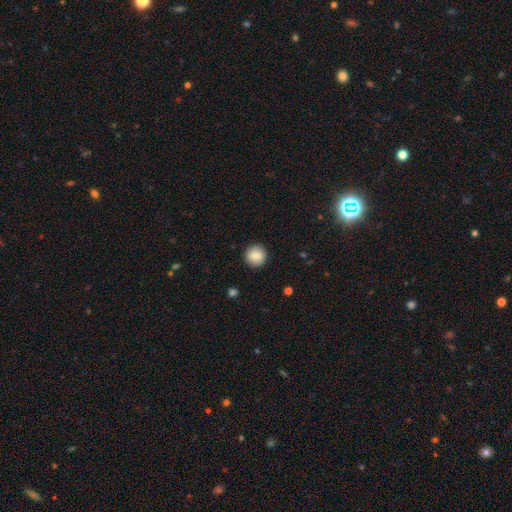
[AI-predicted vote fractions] A smooth galaxy with no disk features (85%) that is round (94%).

Vote fractions:
- Smooth or featured? smooth: 85% / star or artifact: 8% / featured or disk: 7%
- How rounded? round: 94% / in between: 5% / cigar-shaped: 1%
- Merging? none: 91% / minor disturbance: 6% / major disturbance: 2% / merger: 1%